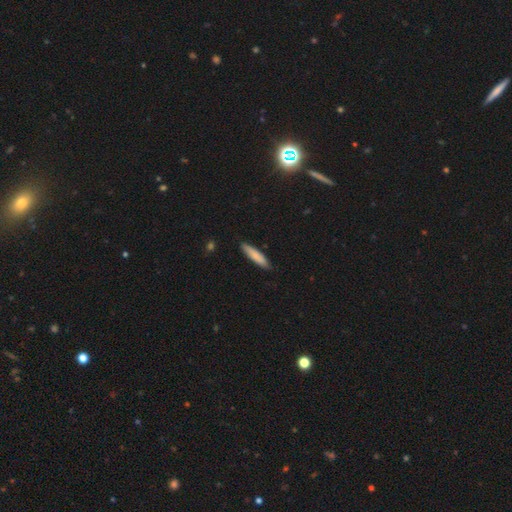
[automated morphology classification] Overall: smooth (79%). How rounded: cigar-shaped (82%). Merging: none (86%).